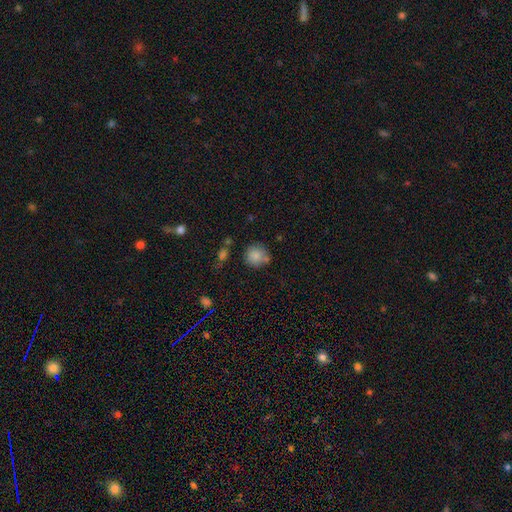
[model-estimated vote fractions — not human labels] Smooth or featured?
  - smooth: 84% *
  - star or artifact: 9%
  - featured or disk: 7%
How rounded?
  - round: 88% *
  - in between: 11%
  - cigar-shaped: 1%
Merging?
  - none: 70% *
  - minor disturbance: 16%
  - merger: 9%
  - major disturbance: 5%